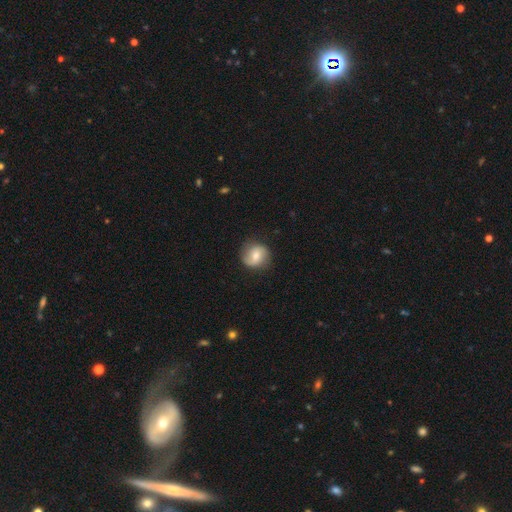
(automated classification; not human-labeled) Morphology: type=smooth (49%); merging=none (81%).